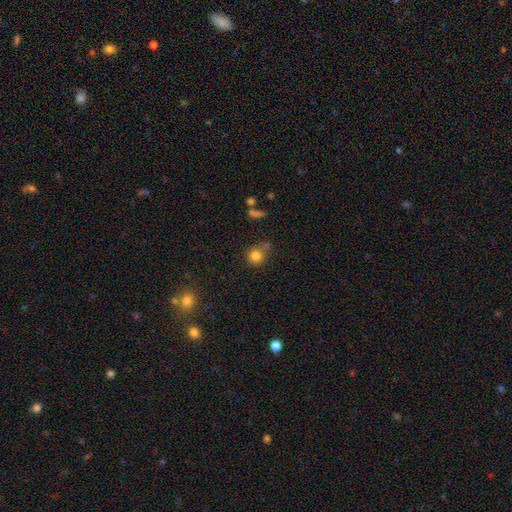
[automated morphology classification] A smooth galaxy with no disk features (81%) that is round (86%).

Vote fractions:
- Smooth or featured? smooth: 81% / star or artifact: 12% / featured or disk: 7%
- How rounded? round: 86% / in between: 13% / cigar-shaped: 1%
- Merging? none: 59% / minor disturbance: 20% / merger: 13% / major disturbance: 8%